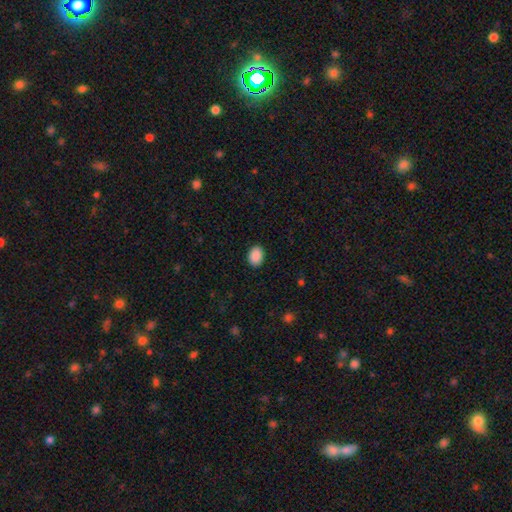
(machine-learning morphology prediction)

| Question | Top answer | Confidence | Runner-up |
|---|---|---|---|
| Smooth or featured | smooth | 90% | star or artifact (7%) |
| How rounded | in between | 73% | round (26%) |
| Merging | none | 90% | minor disturbance (7%) |